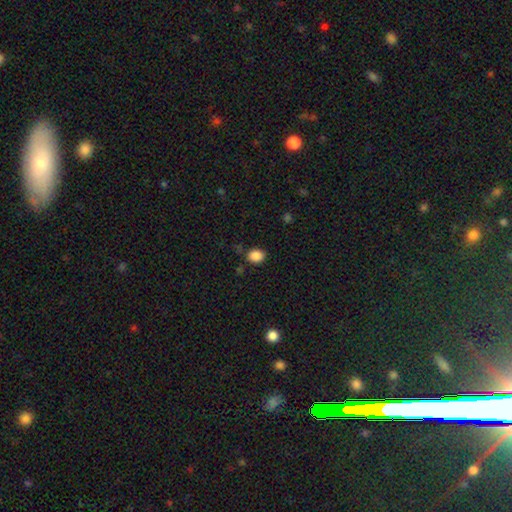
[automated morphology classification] This appears to be a smooth galaxy with no disk features (87%) that is round (50%). Merging: none (80%).